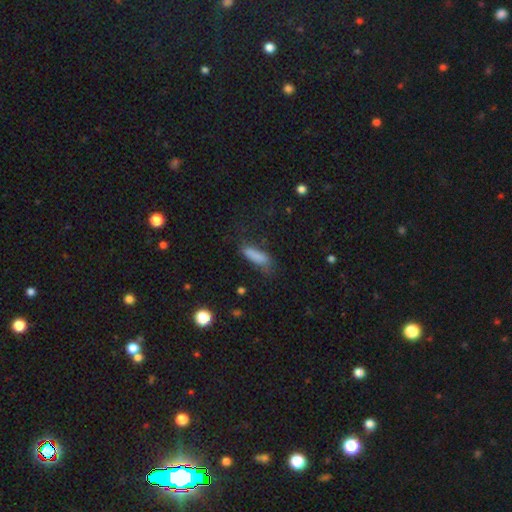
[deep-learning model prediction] Q: Smooth or featured?
A: smooth (80%); runner-up: star or artifact (10%)
Q: How rounded?
A: cigar-shaped (49%); runner-up: in between (48%)
Q: Merging?
A: none (53%); runner-up: minor disturbance (28%)